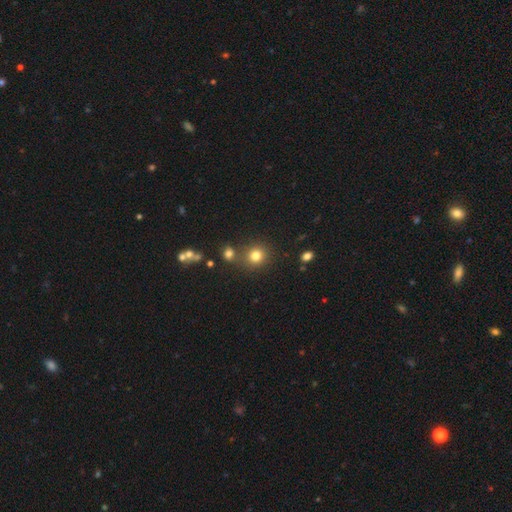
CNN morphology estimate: The model was most divided on "merging": none: 74%, merger: 14%, minor disturbance: 9%, major disturbance: 4%. More confident: how rounded — round (88%); smooth or featured — smooth (78%).